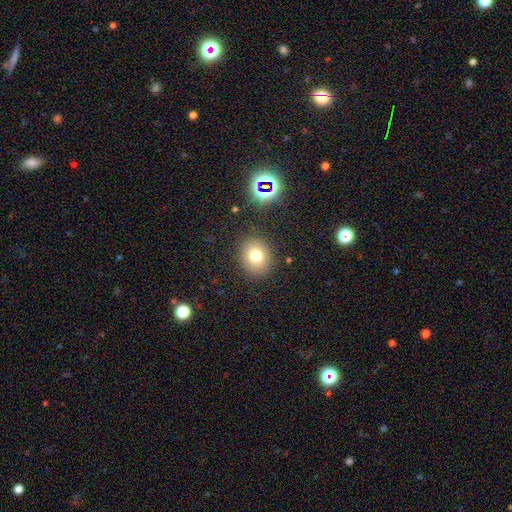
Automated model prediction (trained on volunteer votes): Smooth or featured?
  - smooth: 74% *
  - star or artifact: 15%
  - featured or disk: 11%
How rounded?
  - round: 68% *
  - in between: 31%
  - cigar-shaped: 1%
Merging?
  - none: 87% *
  - minor disturbance: 8%
  - major disturbance: 3%
  - merger: 2%